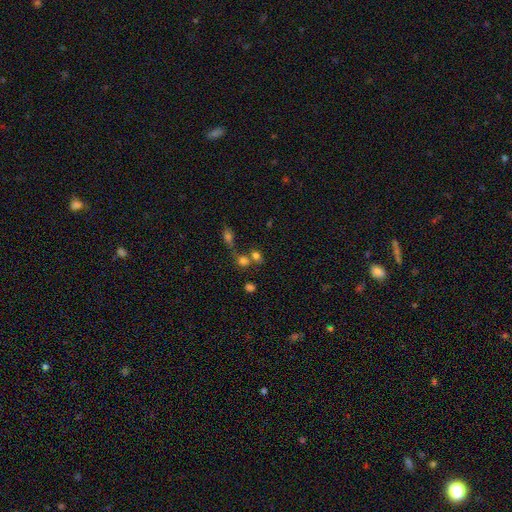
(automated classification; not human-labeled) This appears to be a smooth galaxy with no disk features (73%) that is round (55%). Merging: merger (44%).